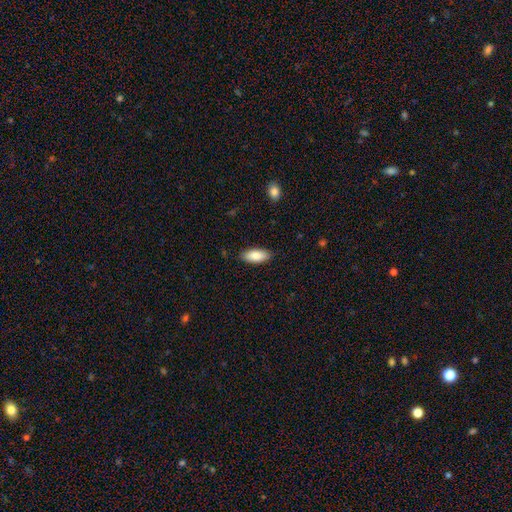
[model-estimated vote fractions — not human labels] Morphology: type=smooth (86%); roundness=in between (86%); merging=none (86%).